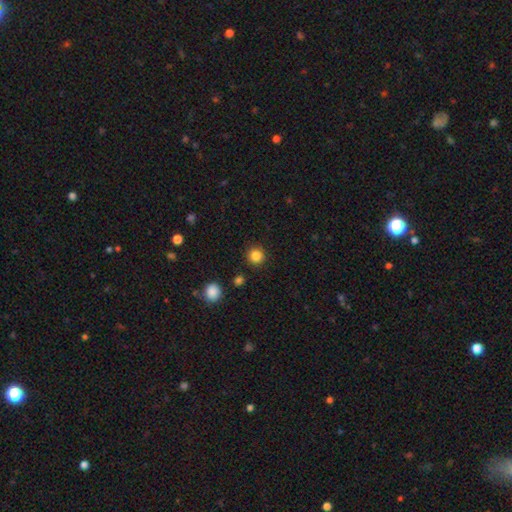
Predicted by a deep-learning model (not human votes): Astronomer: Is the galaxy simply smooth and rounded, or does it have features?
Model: smooth — 85%.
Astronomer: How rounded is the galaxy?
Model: round — 94%.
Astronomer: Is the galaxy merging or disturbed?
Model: none — 91%.